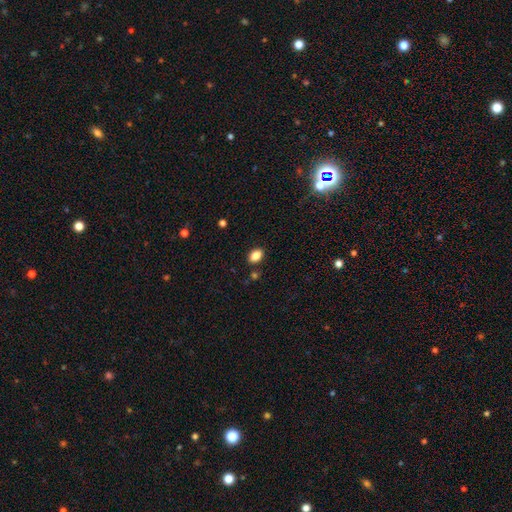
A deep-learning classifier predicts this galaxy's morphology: smooth 85%, star or artifact 10%, featured or disk 5%. Down the decision tree: how rounded — in between (82%); merging — none (85%).